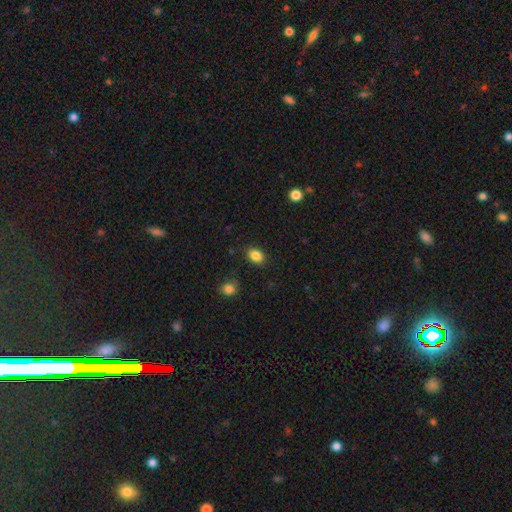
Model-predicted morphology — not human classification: smooth_or_featured: smooth (p=0.86) [alt: star or artifact p=0.10]
how_rounded: in between (p=0.75) [alt: round p=0.24]
merging: none (p=0.85) [alt: minor disturbance p=0.11]